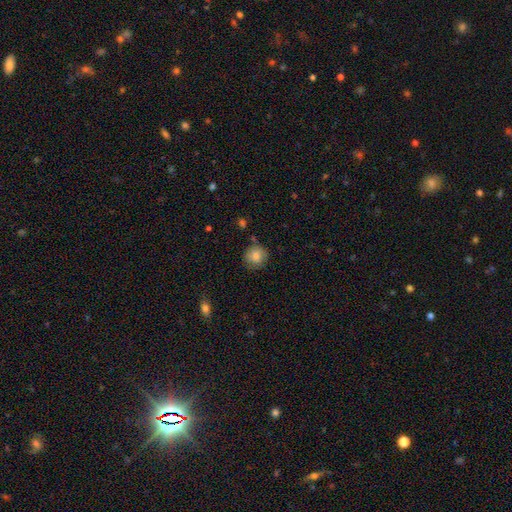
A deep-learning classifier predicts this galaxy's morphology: Overall: smooth (83%). How rounded: round (85%). Merging: none (74%).